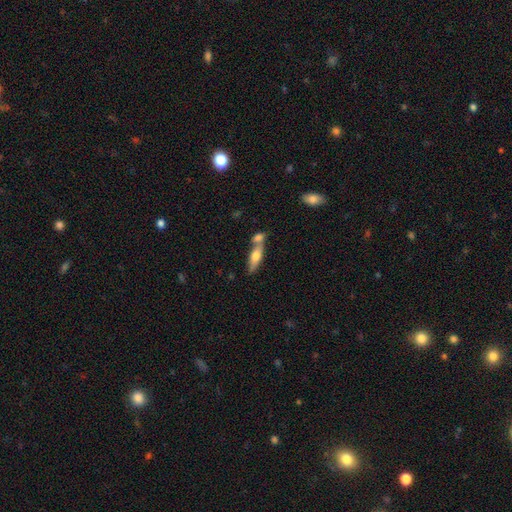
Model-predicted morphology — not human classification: smooth-or-featured: smooth: 58% | featured or disk: 35% | star or artifact: 6%
  how-rounded: cigar-shaped: 50% | in between: 47% | round: 3%
  merging: merger: 47% | none: 40% | minor disturbance: 10% | major disturbance: 4%